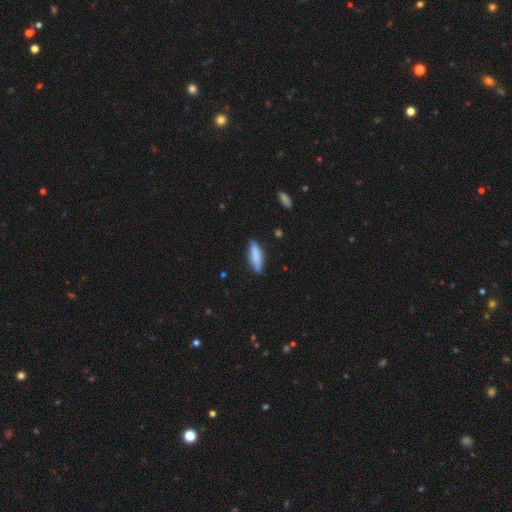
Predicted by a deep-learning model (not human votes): smooth 80%, featured or disk 14%, star or artifact 6%. Down the decision tree: how rounded — cigar-shaped (66%); merging — none (84%).